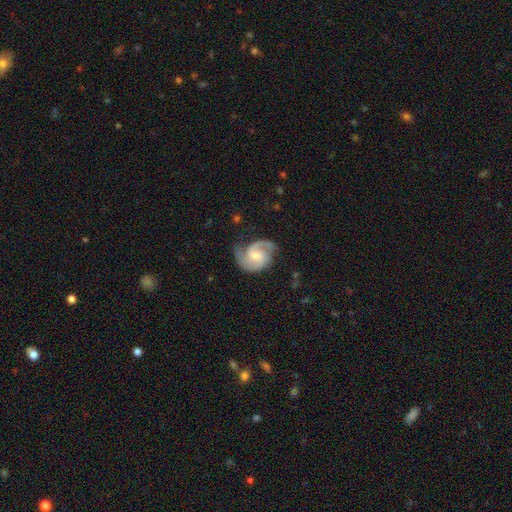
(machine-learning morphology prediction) Smooth or featured: featured or disk — 88% (smooth — 7%)
Edge-on disk: no — 98% (yes — 2%)
Bar: weak — 47% (no — 42%)
Spiral arms: yes — 98% (no — 2%)
Spiral winding: medium — 55% (tight — 29%)
Spiral arm count: 2 — 83% (3 — 8%)
Bulge size: small — 49% (moderate — 42%)
Merging: none — 69% (minor disturbance — 21%)